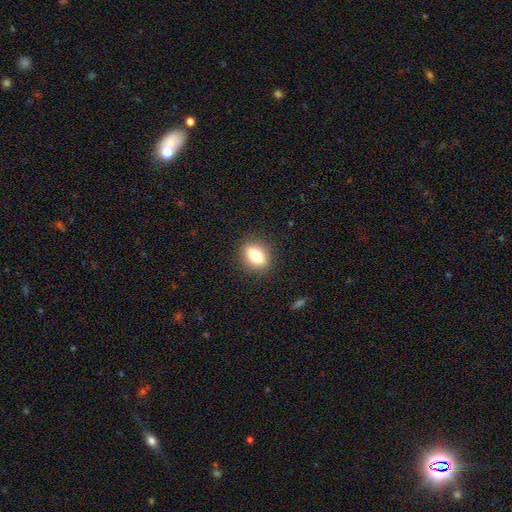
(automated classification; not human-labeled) A smooth galaxy with no disk features (78%) that is in between round and cigar-shaped (71%). Merging: none (87%).